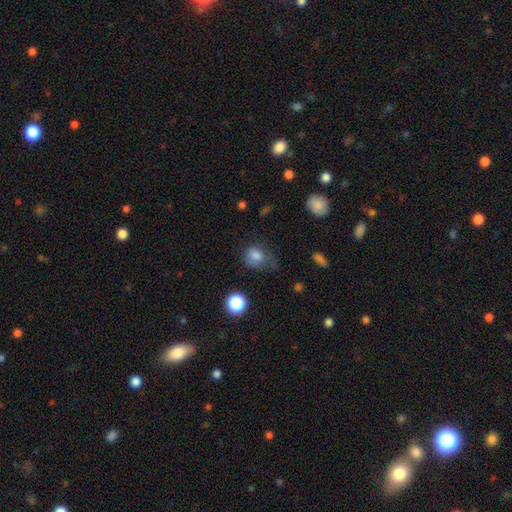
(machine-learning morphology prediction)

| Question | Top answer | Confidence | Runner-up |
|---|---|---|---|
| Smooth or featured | smooth | 79% | star or artifact (11%) |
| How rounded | round | 59% | in between (40%) |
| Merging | none | 41% | minor disturbance (33%) |